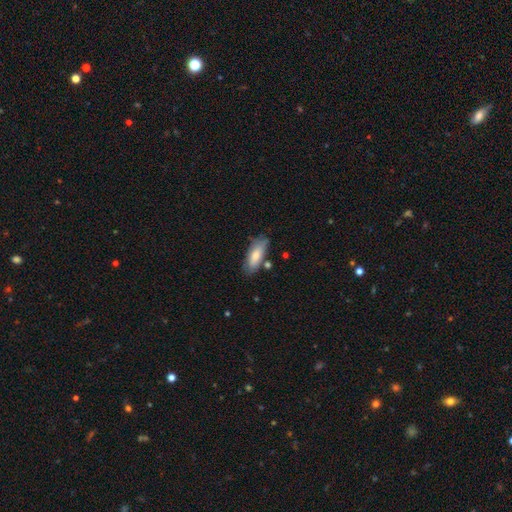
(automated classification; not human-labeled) A smooth galaxy with no disk features (77%) that is in between round and cigar-shaped (68%).

Vote fractions:
- Smooth or featured? smooth: 77% / featured or disk: 18% / star or artifact: 6%
- How rounded? in between: 68% / cigar-shaped: 30% / round: 2%
- Merging? none: 73% / minor disturbance: 18% / merger: 6% / major disturbance: 4%